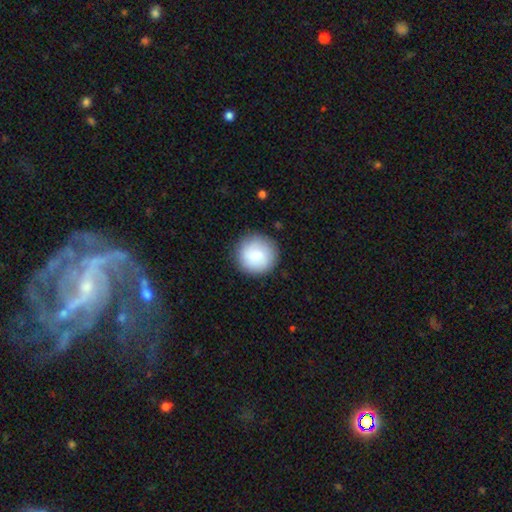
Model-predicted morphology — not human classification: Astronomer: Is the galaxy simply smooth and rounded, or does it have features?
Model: smooth — 75%.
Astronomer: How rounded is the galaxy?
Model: round — 95%.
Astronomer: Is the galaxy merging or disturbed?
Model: none — 88%.